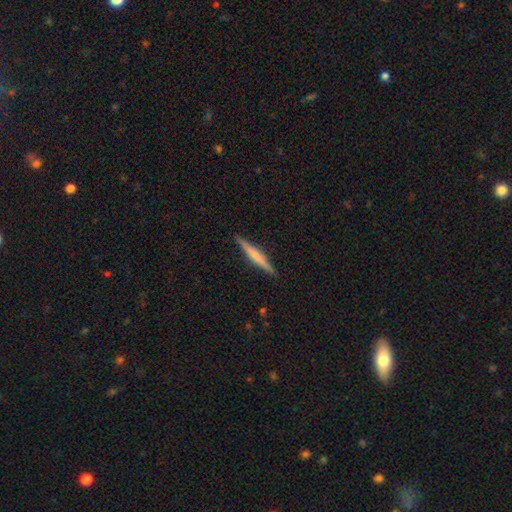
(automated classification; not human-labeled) This is possibly a featured or disk galaxy (55%). It is clearly viewed edge-on (98%). Edge-on bulge: marginally rounded (42%). Merging: clearly none (91%).